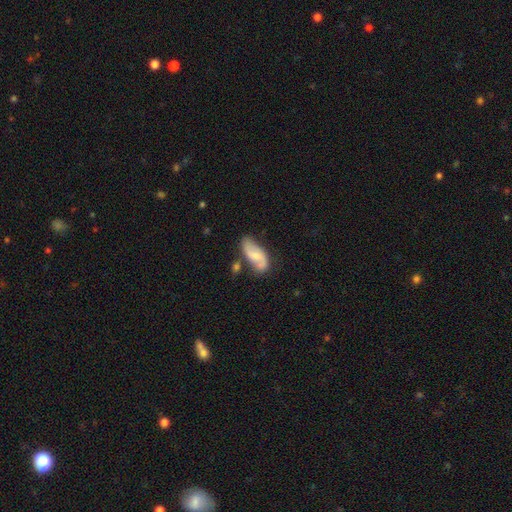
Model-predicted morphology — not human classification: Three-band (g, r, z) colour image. It shows a featured or disk galaxy (50%). Merging: none (56%).